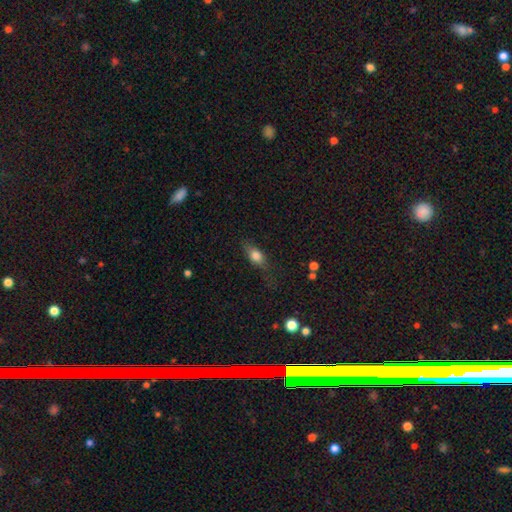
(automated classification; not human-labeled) Morphology: type=smooth (74%); roundness=in between (73%); merging=none (63%).